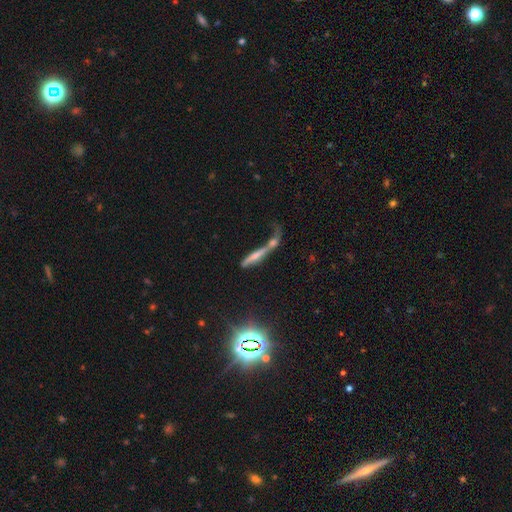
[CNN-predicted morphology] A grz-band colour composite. It shows a featured or disk galaxy (49%). Merging: merger (57%).